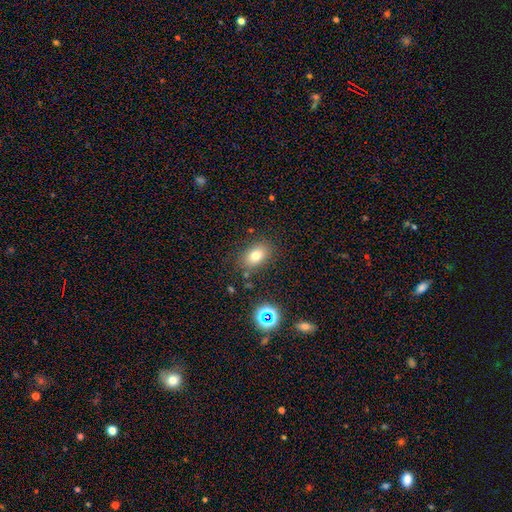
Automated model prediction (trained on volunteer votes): Smooth or featured?
  - smooth: 76% *
  - star or artifact: 13%
  - featured or disk: 11%
How rounded?
  - in between: 81% *
  - round: 18%
  - cigar-shaped: 2%
Merging?
  - none: 81% *
  - minor disturbance: 12%
  - major disturbance: 4%
  - merger: 3%